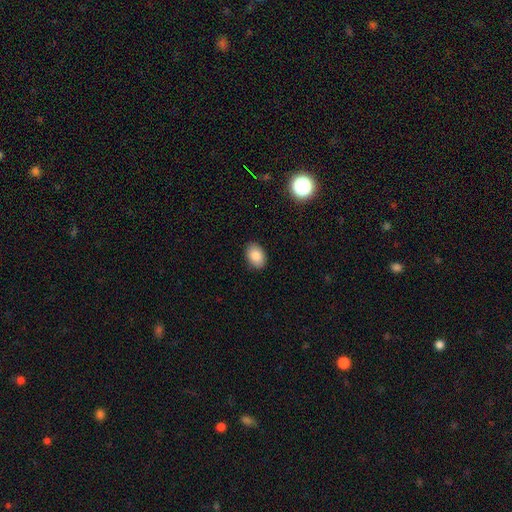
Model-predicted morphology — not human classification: This appears to be a smooth galaxy with no disk features (84%) that is in between round and cigar-shaped (82%). Merging: none (88%).